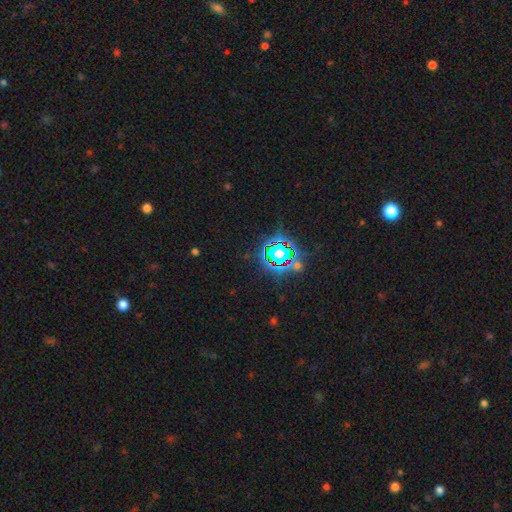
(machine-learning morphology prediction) Smooth or featured: star or artifact — 81% (smooth — 12%)